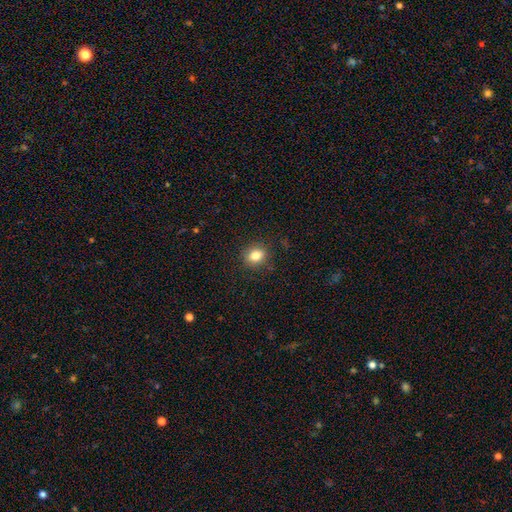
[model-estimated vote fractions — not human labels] smooth_or_featured: smooth (p=0.82) [alt: star or artifact p=0.11]
how_rounded: round (p=0.59) [alt: in between p=0.40]
merging: none (p=0.88) [alt: minor disturbance p=0.08]